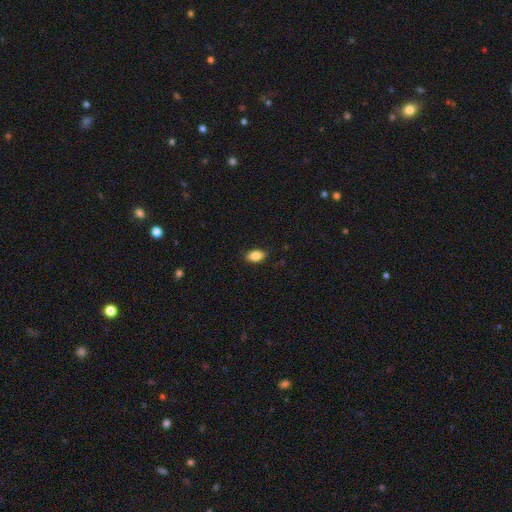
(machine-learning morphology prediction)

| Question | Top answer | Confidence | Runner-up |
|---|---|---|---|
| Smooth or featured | smooth | 86% | star or artifact (7%) |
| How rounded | in between | 90% | round (7%) |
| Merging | none | 86% | minor disturbance (11%) |